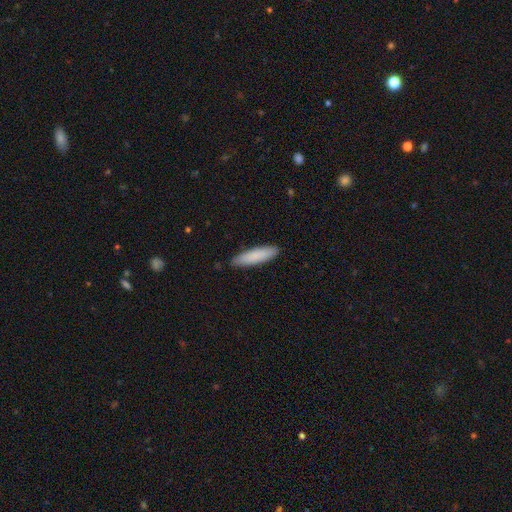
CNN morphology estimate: Smooth or featured? smooth (83%)
How rounded? cigar-shaped (75%)
Merging? none (88%)